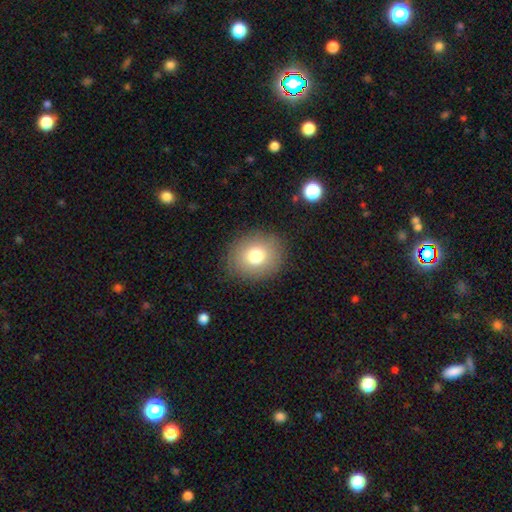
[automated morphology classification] Smooth or featured? smooth (77%)
How rounded? round (71%)
Merging? none (86%)